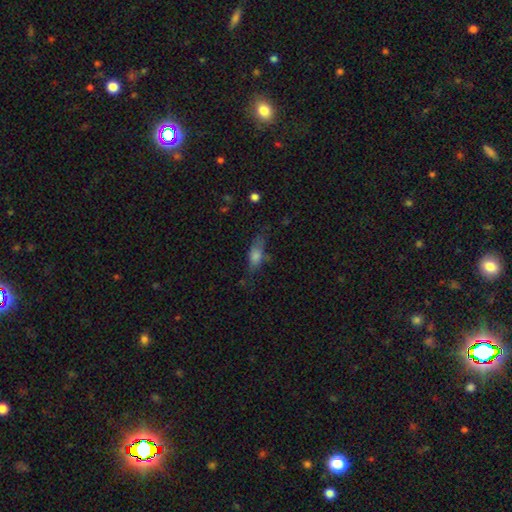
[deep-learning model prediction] Smooth or featured? smooth (66%)
How rounded? in between (60%)
Merging? none (53%)